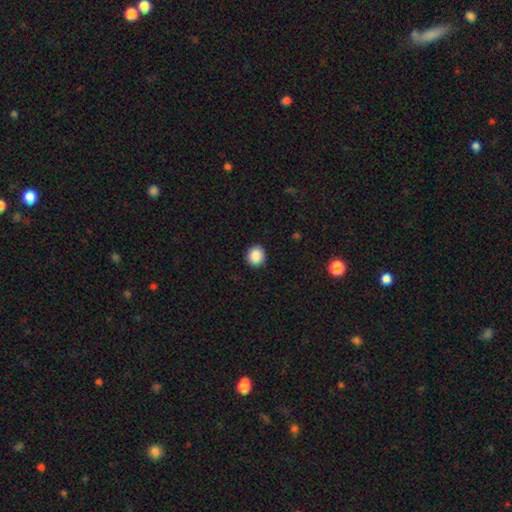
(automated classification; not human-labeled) smooth-or-featured: smooth: 88% | star or artifact: 9% | featured or disk: 3%
  how-rounded: round: 88% | in between: 11% | cigar-shaped: 1%
  merging: none: 92% | minor disturbance: 6% | major disturbance: 2% | merger: 1%